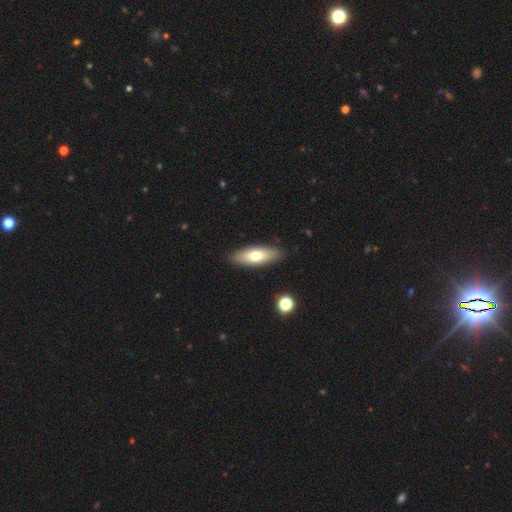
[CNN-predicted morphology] Q: Smooth or featured?
A: smooth (67%); runner-up: featured or disk (27%)
Q: How rounded?
A: in between (60%); runner-up: cigar-shaped (38%)
Q: Merging?
A: none (88%); runner-up: minor disturbance (9%)